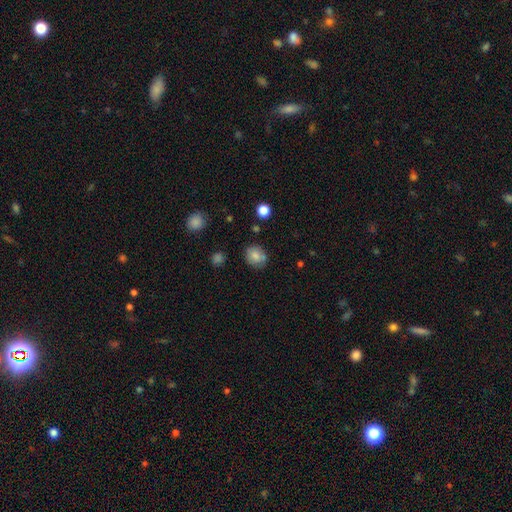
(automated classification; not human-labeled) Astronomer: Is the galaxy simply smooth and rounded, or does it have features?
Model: smooth — 80%.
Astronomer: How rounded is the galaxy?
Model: round — 69%.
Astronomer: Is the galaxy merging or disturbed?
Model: none — 74%.